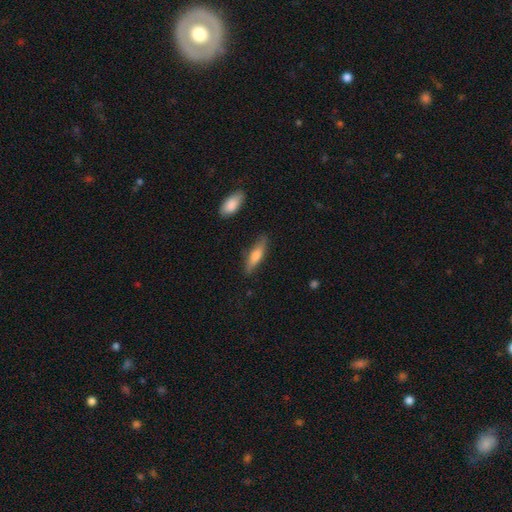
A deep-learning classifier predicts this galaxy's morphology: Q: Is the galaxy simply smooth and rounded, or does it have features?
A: smooth — 62%.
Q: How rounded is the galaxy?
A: cigar-shaped — 63%.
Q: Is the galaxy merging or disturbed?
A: none — 83%.